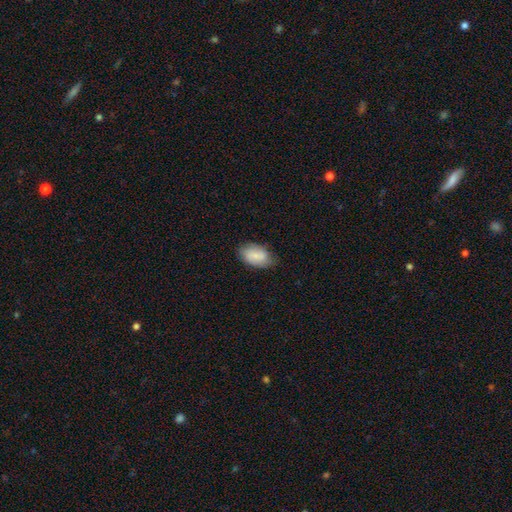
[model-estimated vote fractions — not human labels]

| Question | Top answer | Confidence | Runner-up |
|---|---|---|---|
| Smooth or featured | smooth | 80% | featured or disk (13%) |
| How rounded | in between | 92% | round (6%) |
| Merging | none | 72% | minor disturbance (23%) |